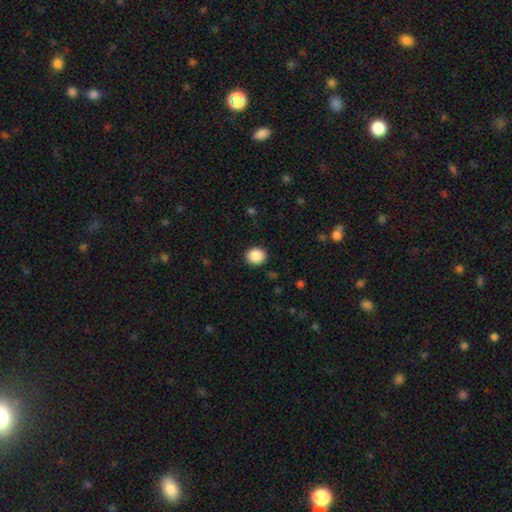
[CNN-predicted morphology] Smooth or featured? Predicted: smooth (p=0.89). How rounded? Predicted: round (p=0.74). Merging? Predicted: none (p=0.90).